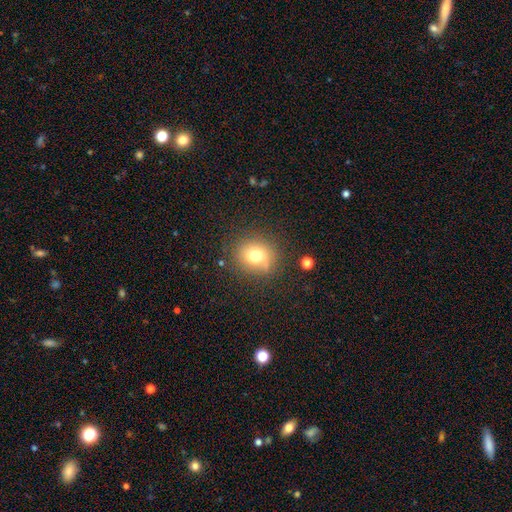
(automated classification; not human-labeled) smooth-or-featured: smooth: 72% | star or artifact: 14% | featured or disk: 13%
  how-rounded: round: 78% | in between: 21% | cigar-shaped: 1%
  merging: none: 78% | minor disturbance: 14% | major disturbance: 5% | merger: 3%